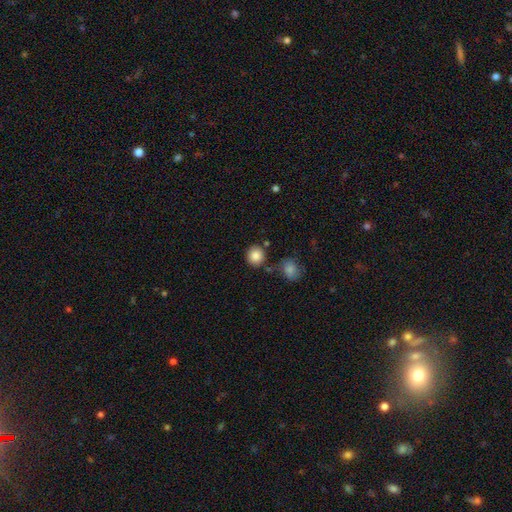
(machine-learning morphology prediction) smooth-or-featured: smooth: 87% | star or artifact: 9% | featured or disk: 4%
  how-rounded: round: 88% | in between: 11% | cigar-shaped: 1%
  merging: none: 79% | minor disturbance: 10% | merger: 8% | major disturbance: 3%